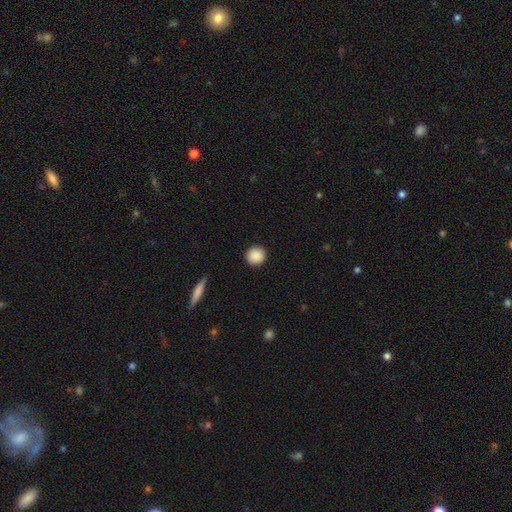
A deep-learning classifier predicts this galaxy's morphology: Overall: smooth (89%). How rounded: round (93%). Merging: none (92%).